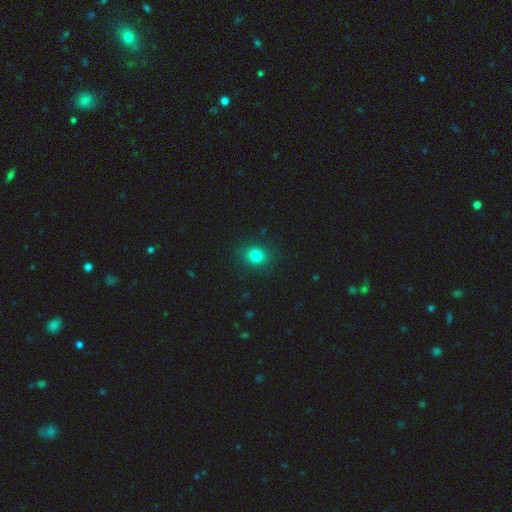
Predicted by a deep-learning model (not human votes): Smooth or featured? Predicted: smooth (p=0.79). How rounded? Predicted: round (p=0.72). Merging? Predicted: none (p=0.89).